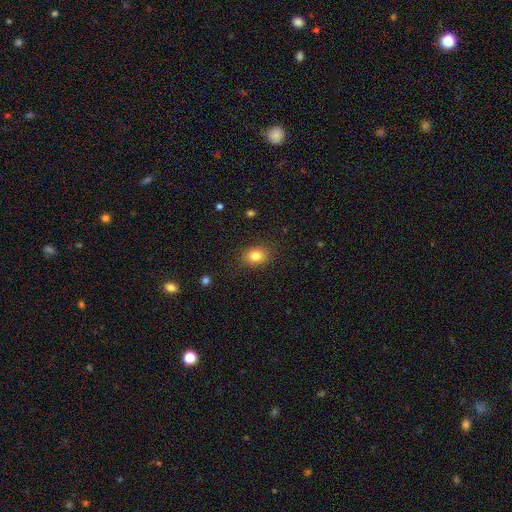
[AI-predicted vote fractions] Smooth or featured?
  - smooth: 82% *
  - star or artifact: 11%
  - featured or disk: 8%
How rounded?
  - in between: 61% *
  - round: 38%
  - cigar-shaped: 1%
Merging?
  - none: 85% *
  - minor disturbance: 11%
  - major disturbance: 3%
  - merger: 1%